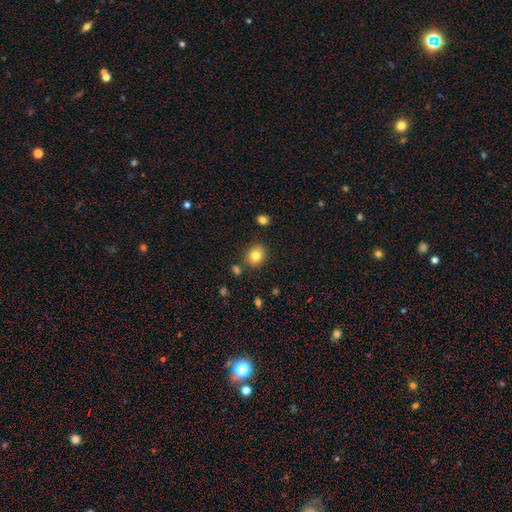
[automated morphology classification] type=smooth (81%); roundness=round (70%); merging=none (83%).